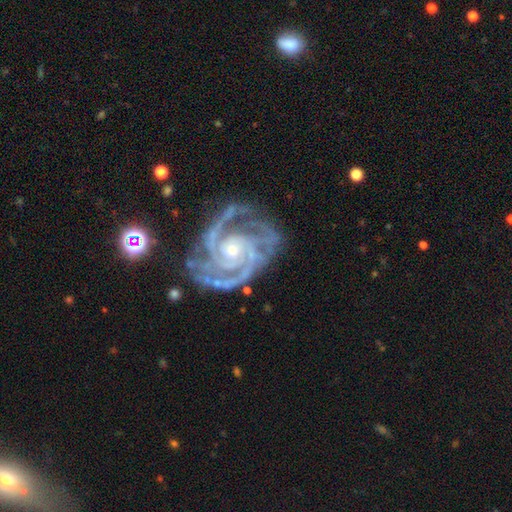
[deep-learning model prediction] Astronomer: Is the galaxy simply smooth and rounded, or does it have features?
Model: featured or disk — 88%.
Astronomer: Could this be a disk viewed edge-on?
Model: no — 97%.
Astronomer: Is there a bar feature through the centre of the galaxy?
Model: no — 54% (runner-up: weak, 32%).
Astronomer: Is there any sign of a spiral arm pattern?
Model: yes — 97%.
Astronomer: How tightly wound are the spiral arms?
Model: tight — 62%.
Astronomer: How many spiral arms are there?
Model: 2 — 45% (runner-up: 3, 26%).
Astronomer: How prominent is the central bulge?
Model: small — 57% (runner-up: moderate, 37%).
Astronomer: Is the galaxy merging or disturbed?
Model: none — 70%.